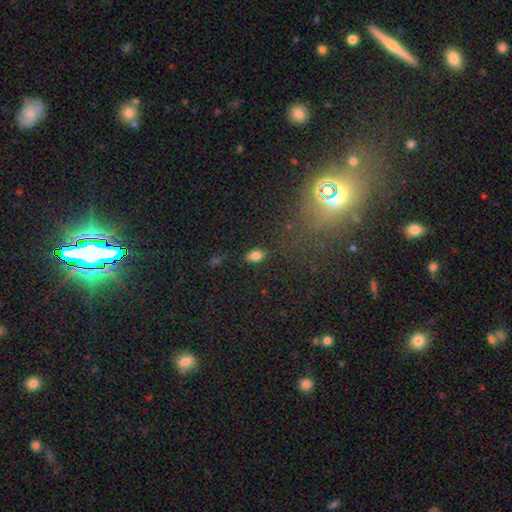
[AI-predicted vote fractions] Morphology: type=smooth (79%); roundness=in between (89%); merging=none (85%).